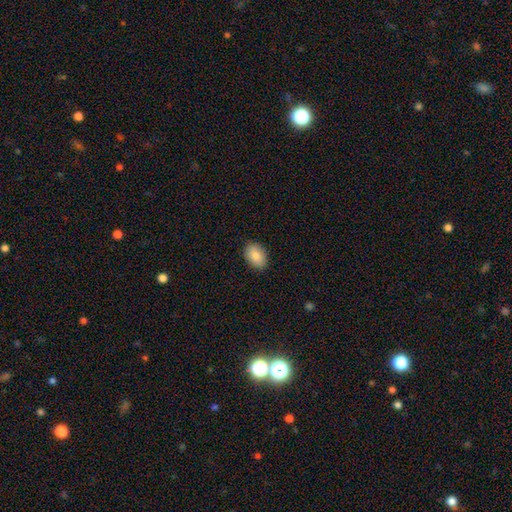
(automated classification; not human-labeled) The model was most divided on "how rounded": in between: 85%, round: 14%, cigar-shaped: 1%. More confident: merging — none (89%); smooth or featured — smooth (86%).